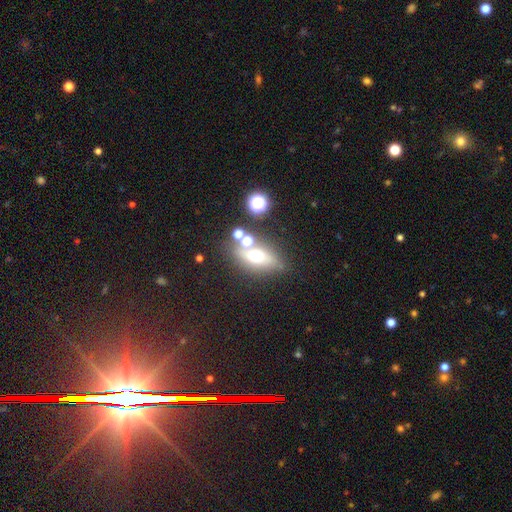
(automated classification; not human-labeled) Smooth or featured: smooth — 49% (featured or disk — 32%)
Merging: none — 65% (merger — 14%)